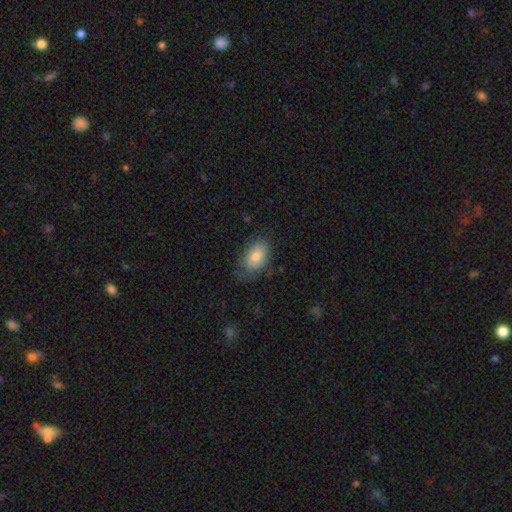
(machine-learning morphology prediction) smooth-or-featured: smooth: 79% | featured or disk: 14% | star or artifact: 7%
  how-rounded: in between: 91% | round: 7% | cigar-shaped: 2%
  merging: none: 66% | minor disturbance: 26% | major disturbance: 7% | merger: 1%